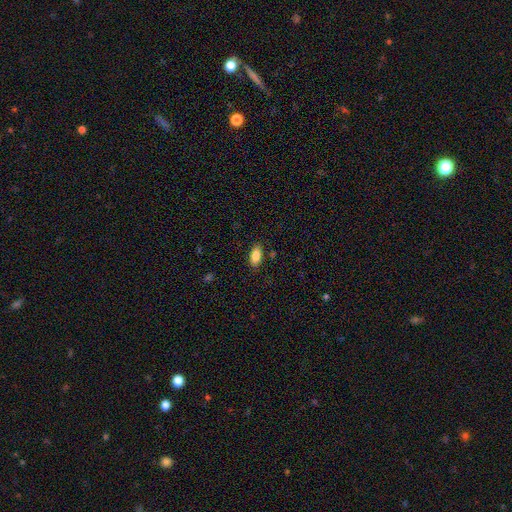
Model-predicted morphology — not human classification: A smooth galaxy with no disk features (87%) that is in between round and cigar-shaped (90%).

Vote fractions:
- Smooth or featured? smooth: 87% / star or artifact: 7% / featured or disk: 6%
- How rounded? in between: 90% / cigar-shaped: 7% / round: 3%
- Merging? none: 84% / minor disturbance: 11% / major disturbance: 3% / merger: 2%